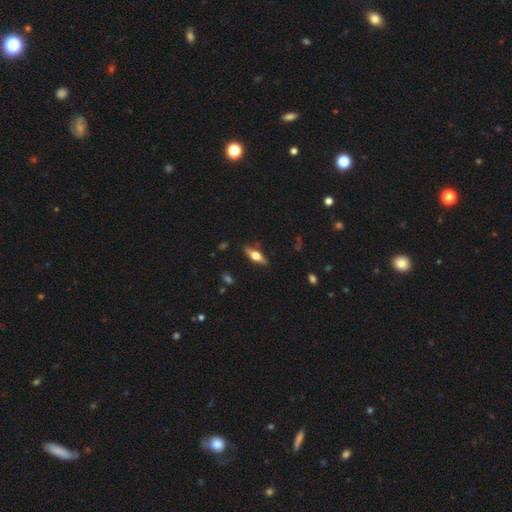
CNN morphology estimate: Smooth or featured? featured or disk (58%)
Edge-on disk? yes (92%)
Edge-on bulge? rounded (92%)
Merging? none (84%)